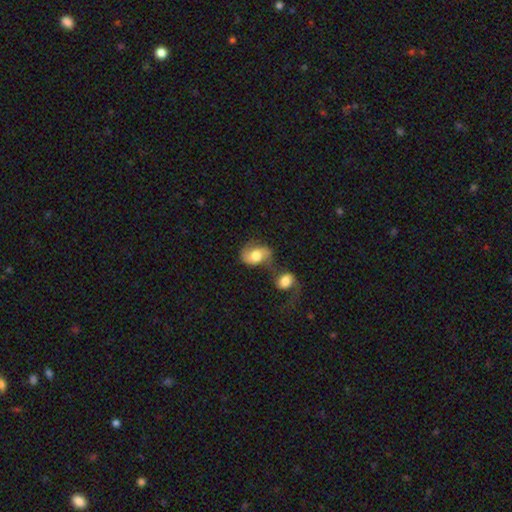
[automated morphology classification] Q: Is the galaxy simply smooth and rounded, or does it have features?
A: featured or disk — 50%.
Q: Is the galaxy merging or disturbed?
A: merger — 34%, tied with none.